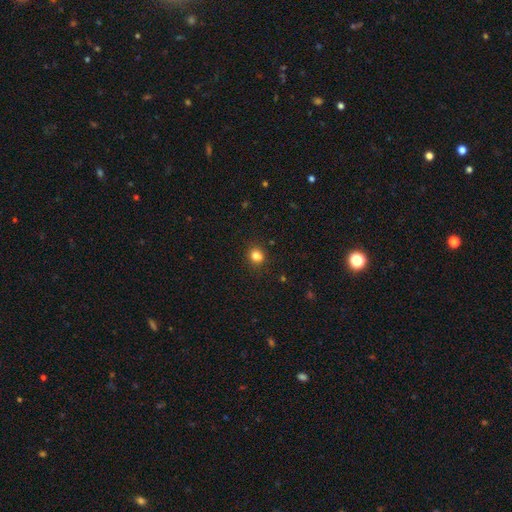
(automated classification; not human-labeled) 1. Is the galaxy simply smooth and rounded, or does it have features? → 82% smooth, 13% star or artifact, 5% featured or disk.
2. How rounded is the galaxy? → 71% round, 28% in between, 1% cigar-shaped.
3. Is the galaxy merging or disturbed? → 83% none, 11% minor disturbance, 4% merger, 3% major disturbance.